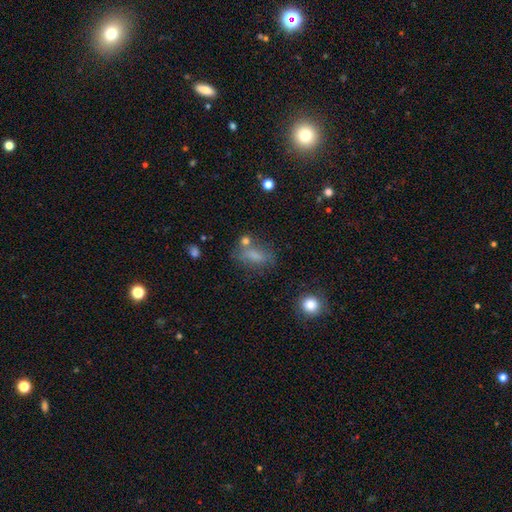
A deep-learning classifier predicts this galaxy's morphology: A smooth galaxy with no disk features (72%) that is in between round and cigar-shaped (76%). Merging: none (54%).